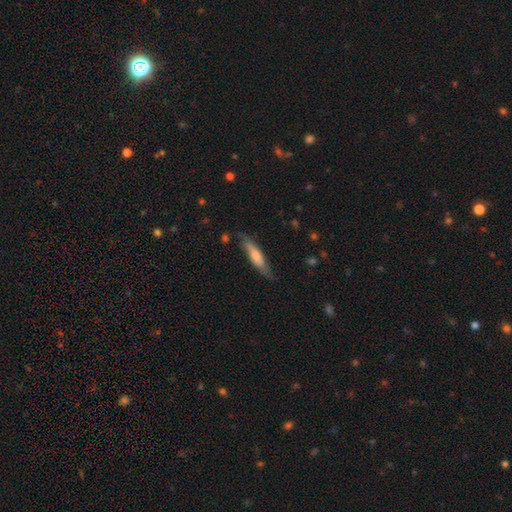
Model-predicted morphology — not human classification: This is possibly a smooth galaxy (54%). How rounded: likely cigar-shaped (80%). Merging: likely none (74%).